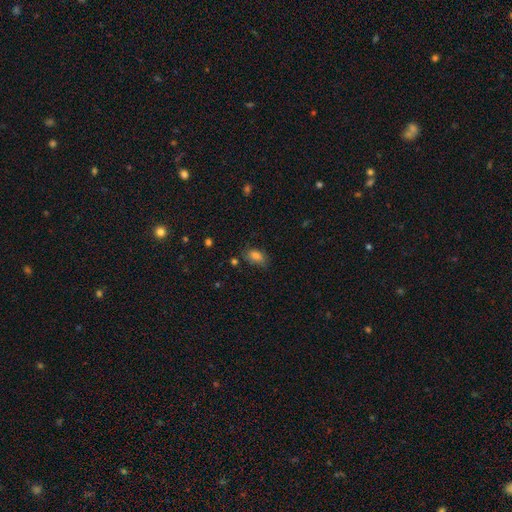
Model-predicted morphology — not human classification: Overall: smooth (81%). How rounded: in between (86%). Merging: none (67%).